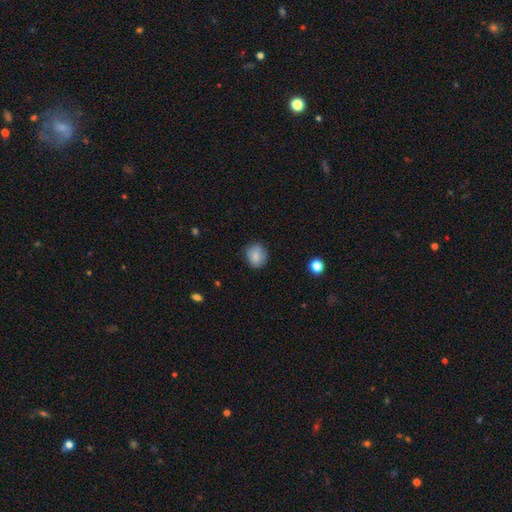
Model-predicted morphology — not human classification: Smooth or featured?
  - smooth: 84% *
  - star or artifact: 8%
  - featured or disk: 7%
How rounded?
  - round: 65% *
  - in between: 34%
  - cigar-shaped: 1%
Merging?
  - none: 81% *
  - minor disturbance: 15%
  - major disturbance: 3%
  - merger: 1%